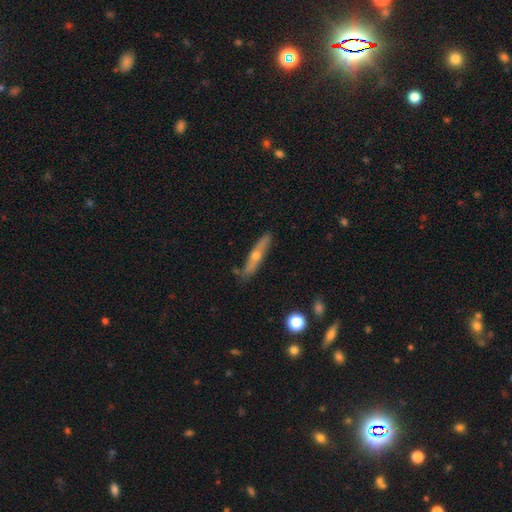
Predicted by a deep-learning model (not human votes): Q: Smooth or featured?
A: featured or disk (59%); runner-up: smooth (34%)
Q: Edge-on disk?
A: yes (87%); runner-up: no (13%)
Q: Edge-on bulge?
A: rounded (88%); runner-up: none (10%)
Q: Merging?
A: none (81%); runner-up: minor disturbance (15%)